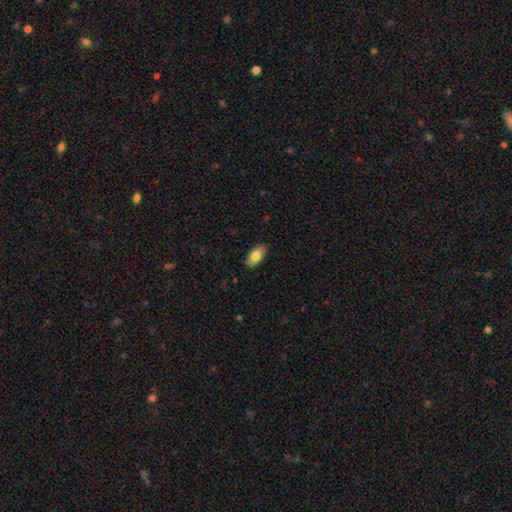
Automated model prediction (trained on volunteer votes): This is clearly a smooth galaxy (81%). How rounded: clearly in between (91%). Merging: clearly none (86%).